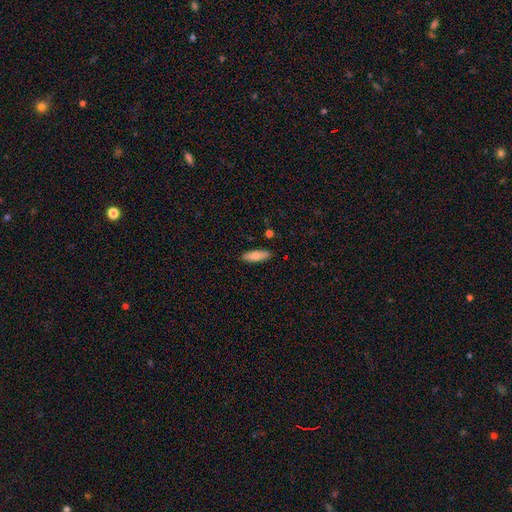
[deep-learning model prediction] Smooth or featured? Predicted: smooth (p=0.82). How rounded? Predicted: in between (p=0.55). Merging? Predicted: none (p=0.88).